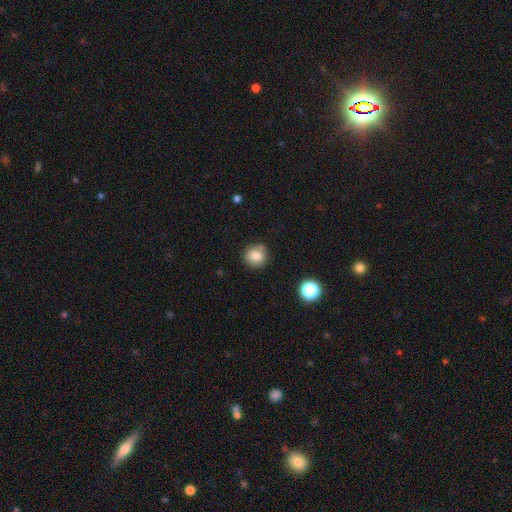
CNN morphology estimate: smooth 82%, star or artifact 11%, featured or disk 7%. Down the decision tree: how rounded — round (89%); merging — none (77%).